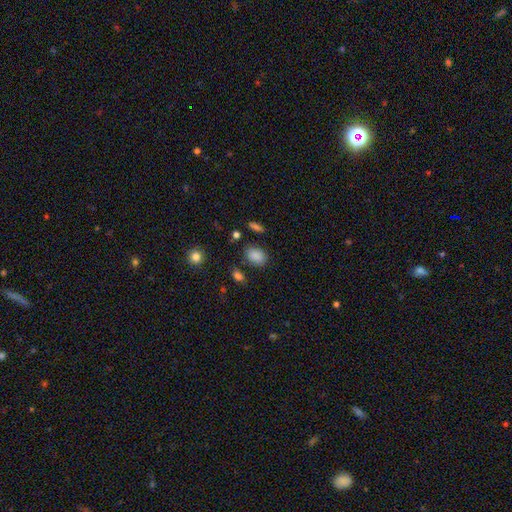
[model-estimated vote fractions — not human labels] smooth_or_featured: smooth (p=0.86) [alt: star or artifact p=0.10]
how_rounded: in between (p=0.82) [alt: round p=0.17]
merging: none (p=0.79) [alt: minor disturbance p=0.13]